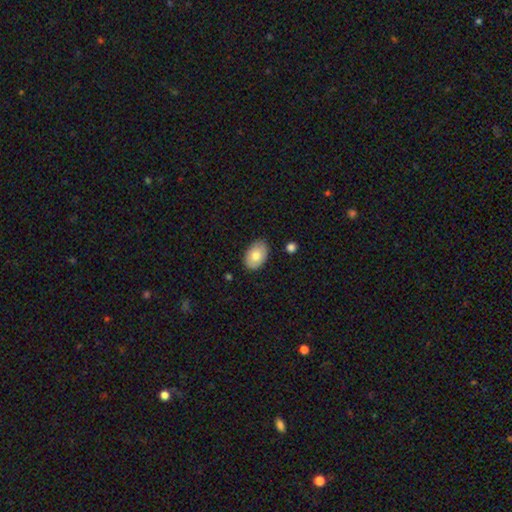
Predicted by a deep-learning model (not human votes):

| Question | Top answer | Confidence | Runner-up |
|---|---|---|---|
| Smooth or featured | smooth | 79% | featured or disk (15%) |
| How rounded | in between | 88% | round (11%) |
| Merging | none | 84% | minor disturbance (12%) |